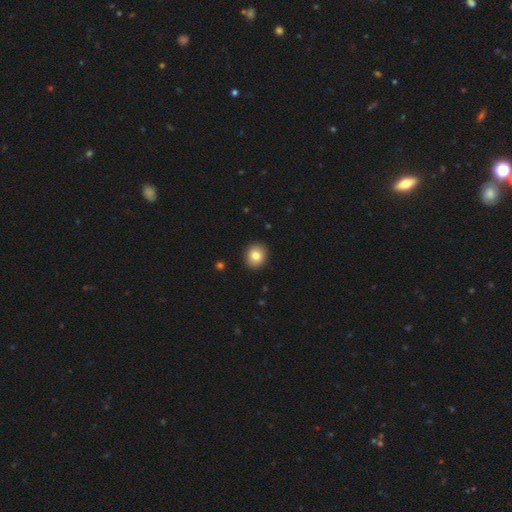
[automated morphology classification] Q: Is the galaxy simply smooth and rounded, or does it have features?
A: smooth — 82%.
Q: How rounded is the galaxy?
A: round — 74%.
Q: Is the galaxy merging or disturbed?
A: none — 91%.